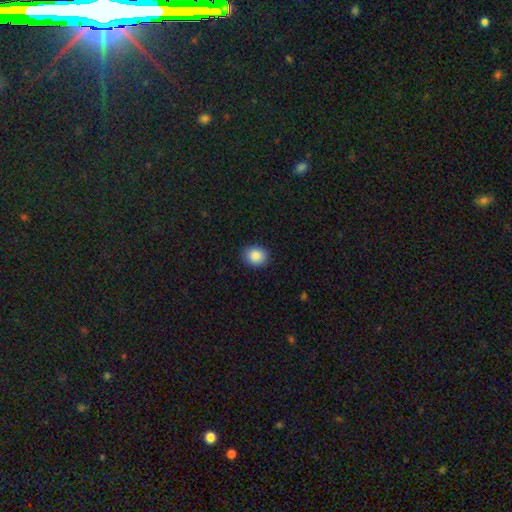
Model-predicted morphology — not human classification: smooth_or_featured: smooth (p=0.88) [alt: star or artifact p=0.08]
how_rounded: round (p=0.66) [alt: in between p=0.33]
merging: none (p=0.89) [alt: minor disturbance p=0.08]